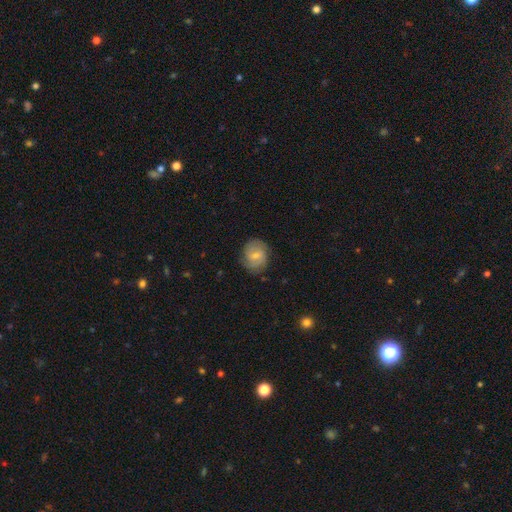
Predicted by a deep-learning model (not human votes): Smooth or featured? Predicted: smooth (p=0.48). Merging? Predicted: none (p=0.77).